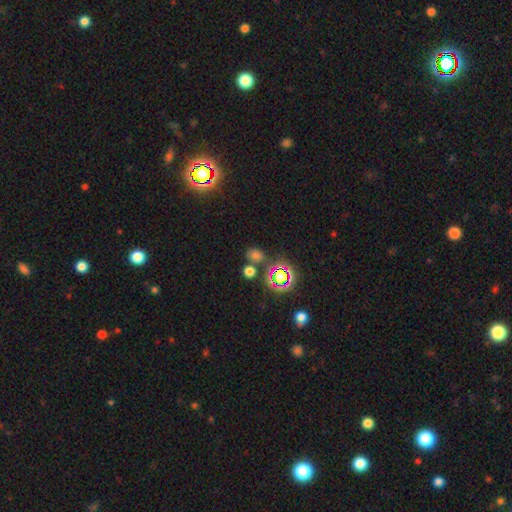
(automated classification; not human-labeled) Morphology: type=smooth (54%); roundness=round (63%); merging=none (66%).